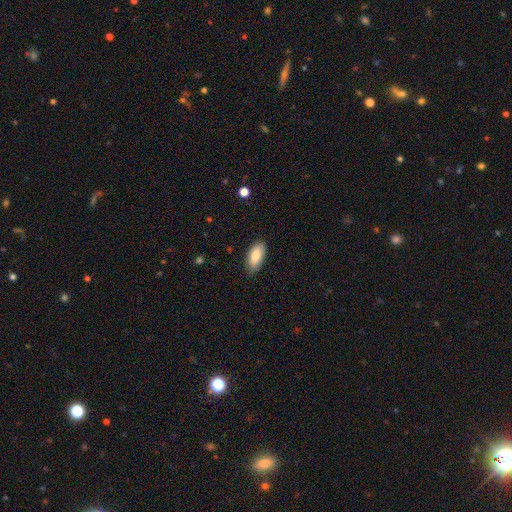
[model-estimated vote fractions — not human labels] A smooth galaxy with no disk features (83%) that is in between round and cigar-shaped (89%).

Vote fractions:
- Smooth or featured? smooth: 83% / featured or disk: 11% / star or artifact: 6%
- How rounded? in between: 89% / cigar-shaped: 9% / round: 2%
- Merging? none: 82% / minor disturbance: 14% / major disturbance: 2% / merger: 1%